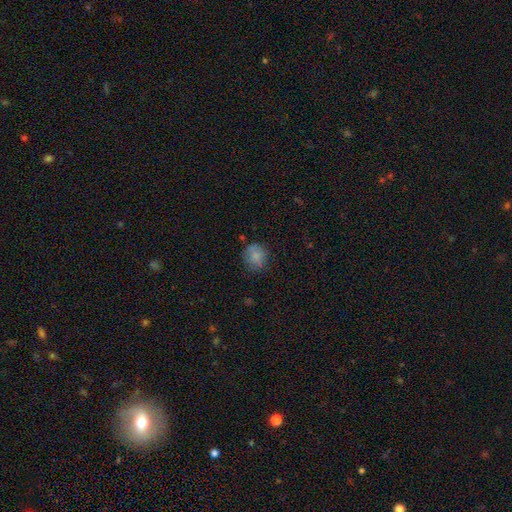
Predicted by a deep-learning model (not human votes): This appears to be a smooth galaxy with no disk features (78%) that is round (80%). Merging: none (70%).